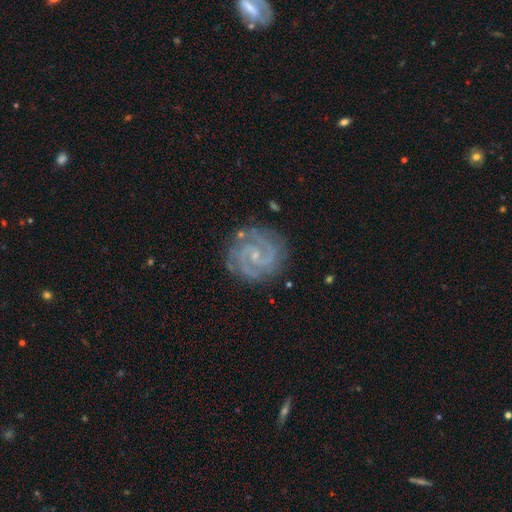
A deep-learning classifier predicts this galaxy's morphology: Smooth or featured? featured or disk (91%)
Edge-on disk? no (98%)
Bar? no (49%)
Spiral arms? yes (99%)
Spiral winding? tight (62%)
Spiral arm count? 2 (78%)
Bulge size? small (78%)
Merging? none (81%)